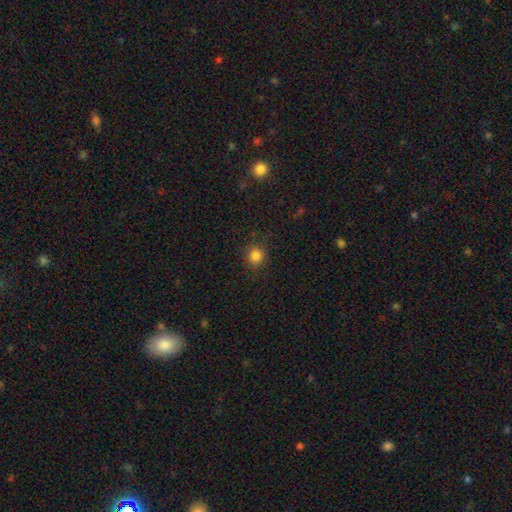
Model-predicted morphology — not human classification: A smooth galaxy with no disk features (84%) that is round (89%).

Vote fractions:
- Smooth or featured? smooth: 84% / star or artifact: 12% / featured or disk: 4%
- How rounded? round: 89% / in between: 10% / cigar-shaped: 1%
- Merging? none: 87% / minor disturbance: 9% / major disturbance: 3% / merger: 1%